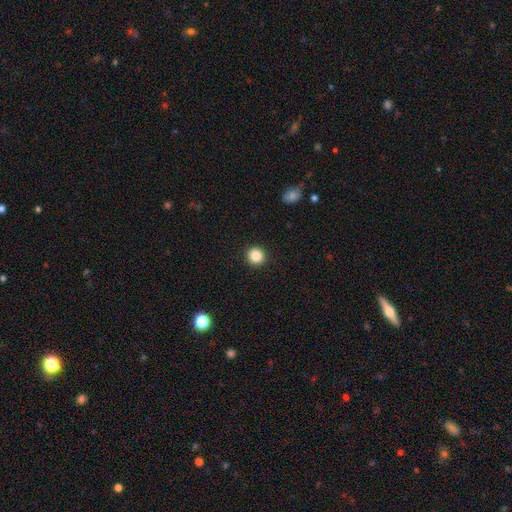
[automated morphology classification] smooth_or_featured: smooth (p=0.85) [alt: star or artifact p=0.11]
how_rounded: round (p=0.94) [alt: in between p=0.05]
merging: none (p=0.93) [alt: minor disturbance p=0.04]